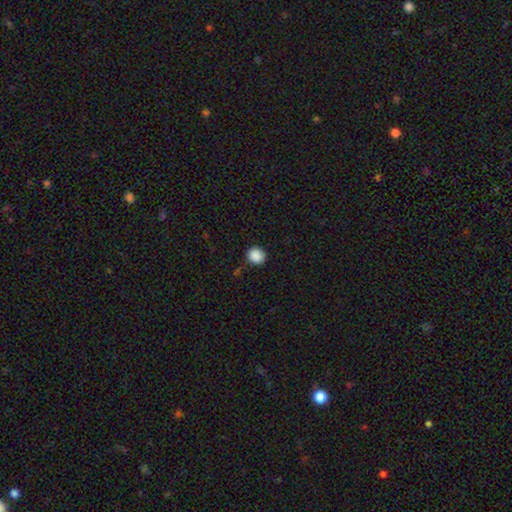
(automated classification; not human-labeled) Q: Smooth or featured?
A: smooth (89%); runner-up: star or artifact (9%)
Q: How rounded?
A: round (84%); runner-up: in between (15%)
Q: Merging?
A: none (88%); runner-up: minor disturbance (8%)